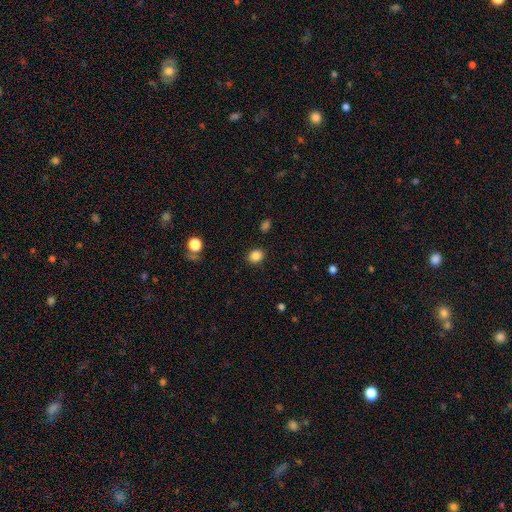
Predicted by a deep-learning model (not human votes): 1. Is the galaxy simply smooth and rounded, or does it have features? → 85% smooth, 11% star or artifact, 4% featured or disk.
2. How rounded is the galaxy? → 61% round, 38% in between, 1% cigar-shaped.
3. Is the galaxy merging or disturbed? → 89% none, 7% minor disturbance, 3% major disturbance, 1% merger.